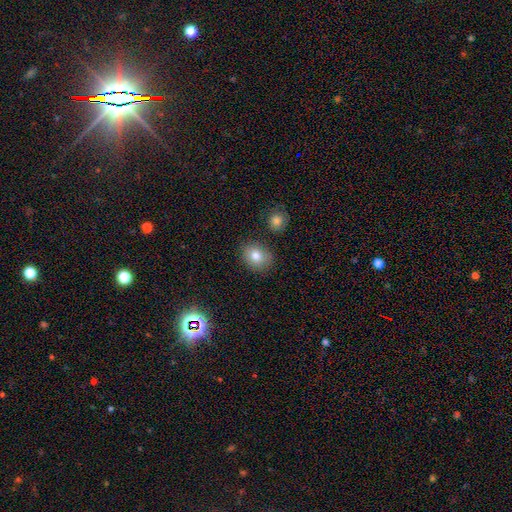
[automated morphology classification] A smooth galaxy with no disk features (80%) that is round (52%).

Vote fractions:
- Smooth or featured? smooth: 80% / star or artifact: 10% / featured or disk: 10%
- How rounded? round: 52% / in between: 47% / cigar-shaped: 1%
- Merging? none: 82% / minor disturbance: 11% / merger: 4% / major disturbance: 3%